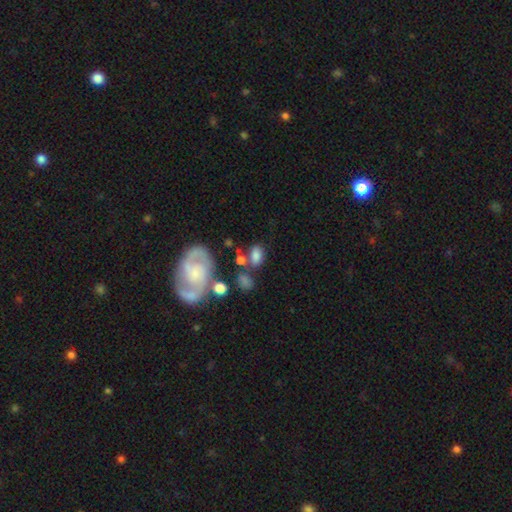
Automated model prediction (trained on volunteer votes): Smooth or featured?
  - smooth: 69% *
  - featured or disk: 21%
  - star or artifact: 10%
How rounded?
  - in between: 81% *
  - round: 17%
  - cigar-shaped: 2%
Merging?
  - none: 56% *
  - minor disturbance: 18%
  - merger: 17%
  - major disturbance: 9%